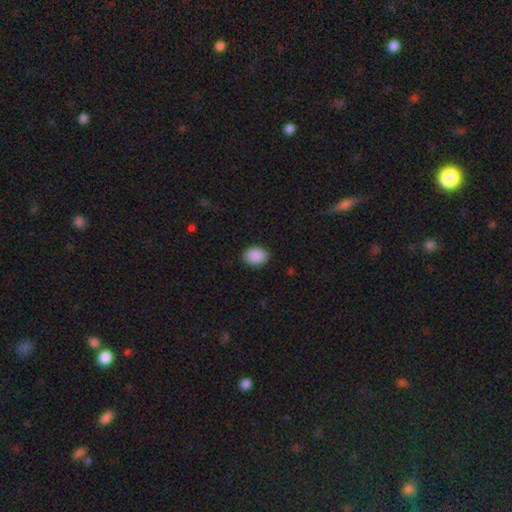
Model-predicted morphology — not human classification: smooth-or-featured: smooth: 90% | star or artifact: 7% | featured or disk: 2%
  how-rounded: in between: 71% | round: 28% | cigar-shaped: 1%
  merging: none: 87% | minor disturbance: 9% | major disturbance: 2% | merger: 1%